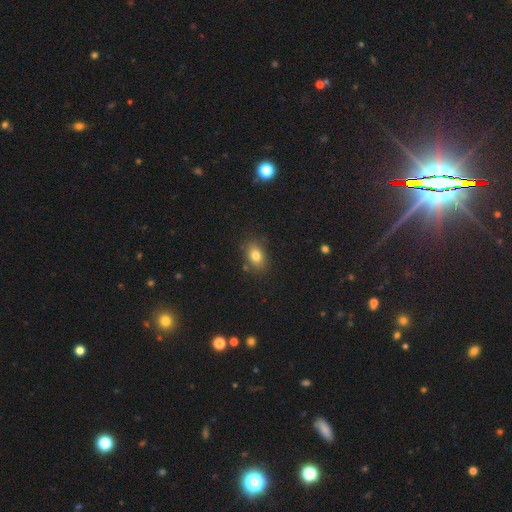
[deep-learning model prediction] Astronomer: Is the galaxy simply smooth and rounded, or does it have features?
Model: smooth — 80%.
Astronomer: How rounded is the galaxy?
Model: in between — 72%.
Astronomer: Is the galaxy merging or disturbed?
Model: none — 80%.